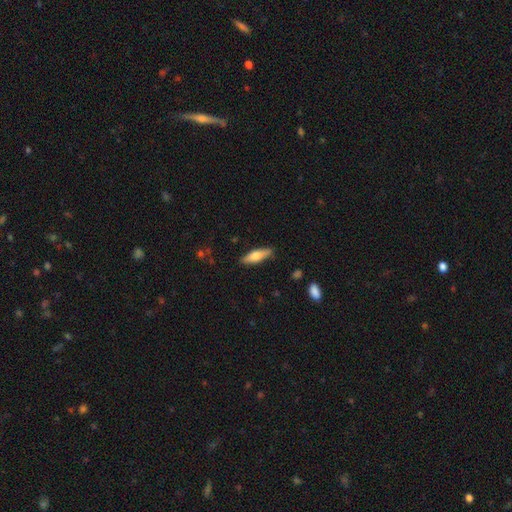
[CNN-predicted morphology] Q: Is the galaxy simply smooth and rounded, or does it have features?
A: smooth — 63%.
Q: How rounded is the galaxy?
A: cigar-shaped — 55%.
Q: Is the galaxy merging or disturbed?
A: none — 85%.